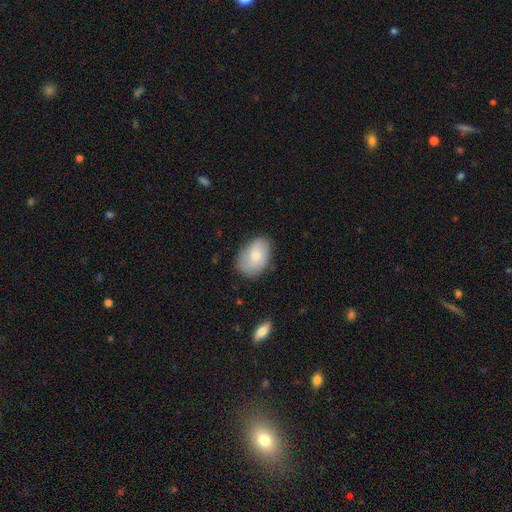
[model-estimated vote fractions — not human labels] smooth_or_featured: smooth (p=0.66) [alt: featured or disk p=0.27]
how_rounded: in between (p=0.81) [alt: round p=0.18]
merging: none (p=0.74) [alt: minor disturbance p=0.20]